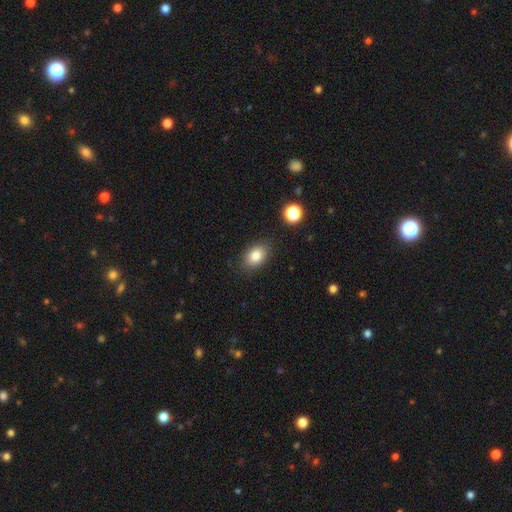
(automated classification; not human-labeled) smooth-or-featured: smooth: 83% | star or artifact: 9% | featured or disk: 8%
  how-rounded: in between: 82% | round: 17% | cigar-shaped: 1%
  merging: none: 84% | minor disturbance: 11% | major disturbance: 3% | merger: 2%